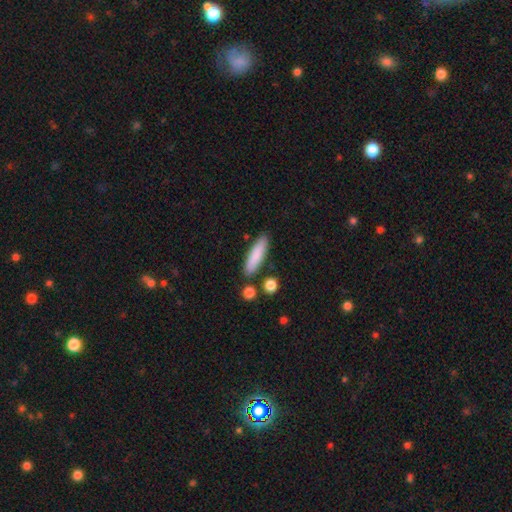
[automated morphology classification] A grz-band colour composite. It shows a smooth galaxy with no disk features (84%) that is cigar-shaped (70%). Merging: none (84%).